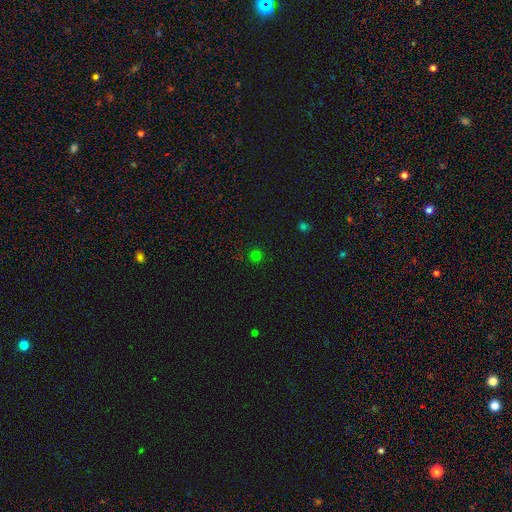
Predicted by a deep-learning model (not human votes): smooth 73%, star or artifact 22%, featured or disk 5%. Down the decision tree: how rounded — round (95%); merging — none (91%).